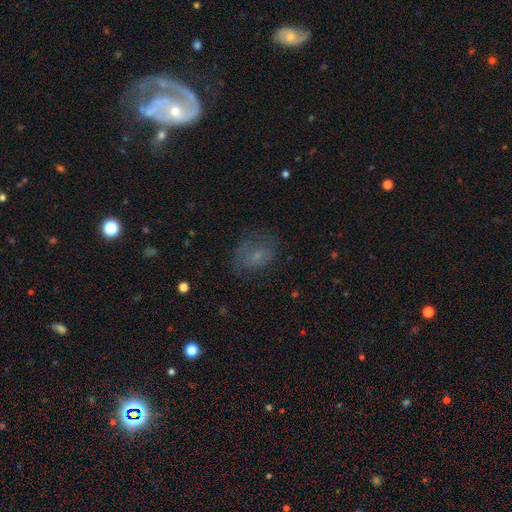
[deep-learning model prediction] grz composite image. It shows a smooth galaxy with no disk features (51%) that is in between round and cigar-shaped (66%). Merging: none (55%).